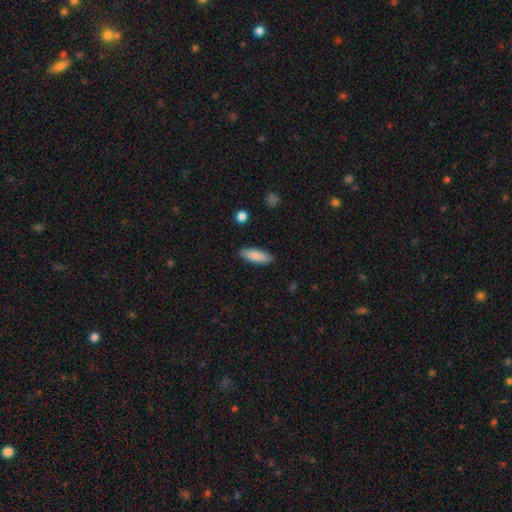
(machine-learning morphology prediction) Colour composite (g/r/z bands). It shows a smooth galaxy with no disk features (86%) that is in between round and cigar-shaped (55%). Merging: none (86%).